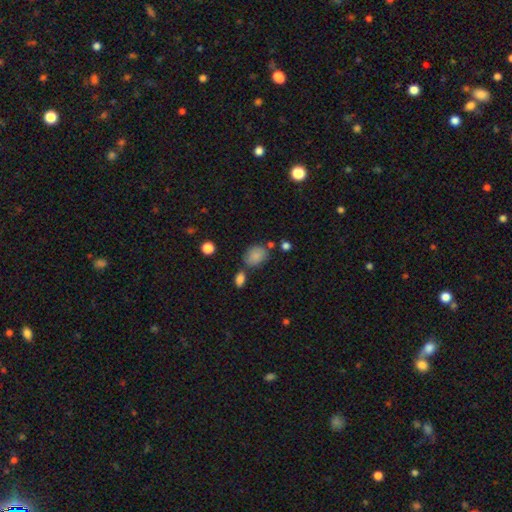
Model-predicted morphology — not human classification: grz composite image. It shows a smooth galaxy with no disk features (85%) that is in between round and cigar-shaped (63%). Merging: none (65%).